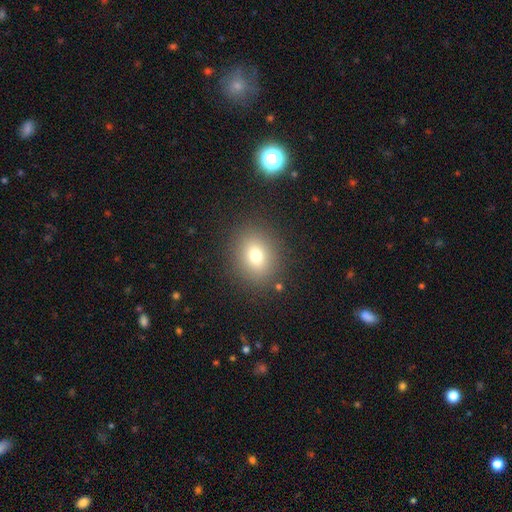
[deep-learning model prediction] This is likely a smooth galaxy (74%). How rounded: likely round (66%). Merging: clearly none (86%).